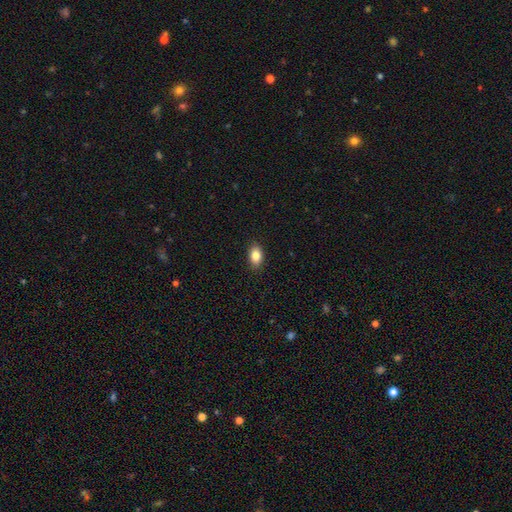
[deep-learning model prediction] A smooth galaxy with no disk features (85%) that is in between round and cigar-shaped (87%).

Vote fractions:
- Smooth or featured? smooth: 85% / star or artifact: 8% / featured or disk: 7%
- How rounded? in between: 87% / round: 11% / cigar-shaped: 2%
- Merging? none: 89% / minor disturbance: 8% / major disturbance: 2% / merger: 1%